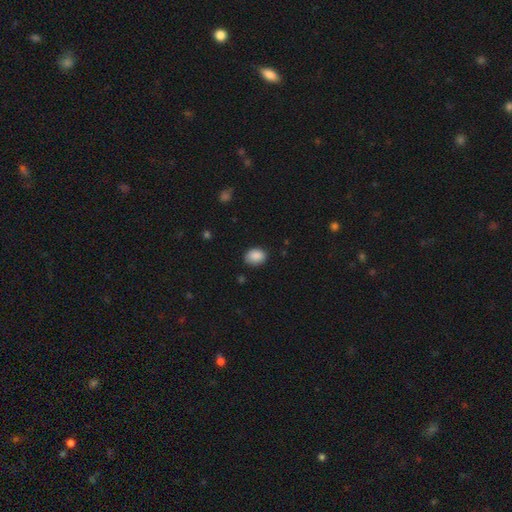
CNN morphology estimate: type=smooth (89%); roundness=in between (70%); merging=none (82%).